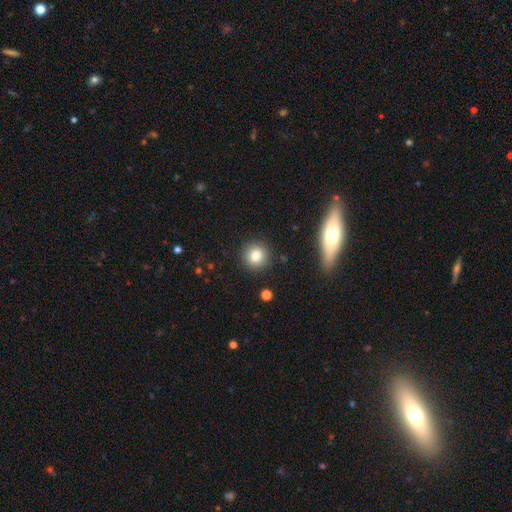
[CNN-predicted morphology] This is clearly a smooth galaxy (81%). How rounded: clearly round (92%). Merging: clearly none (90%).